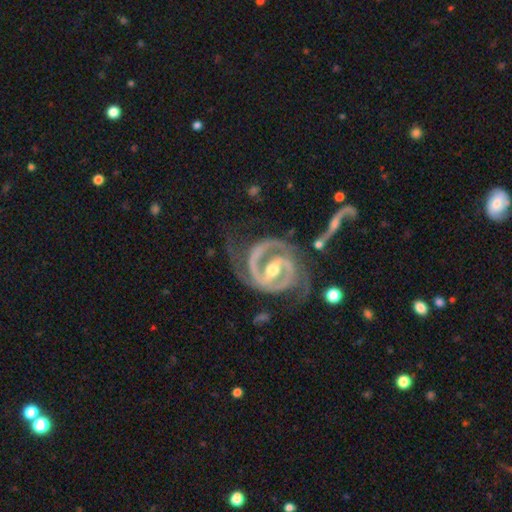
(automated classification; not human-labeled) Q: Smooth or featured?
A: featured or disk (93%); runner-up: star or artifact (4%)
Q: Edge-on disk?
A: no (97%); runner-up: yes (3%)
Q: Bar?
A: strong (58%); runner-up: weak (29%)
Q: Spiral arms?
A: yes (98%); runner-up: no (2%)
Q: Spiral winding?
A: tight (46%); runner-up: medium (45%)
Q: Spiral arm count?
A: 2 (86%); runner-up: 3 (5%)
Q: Bulge size?
A: moderate (71%); runner-up: small (23%)
Q: Merging?
A: none (56%); runner-up: minor disturbance (22%)